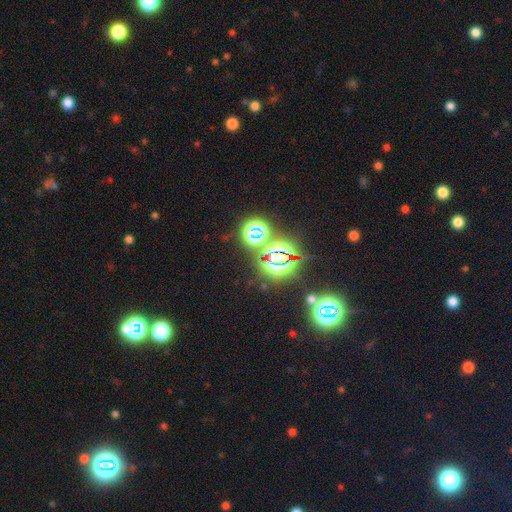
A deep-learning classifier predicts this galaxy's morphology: star or artifact 77%, smooth 16%, featured or disk 7%.